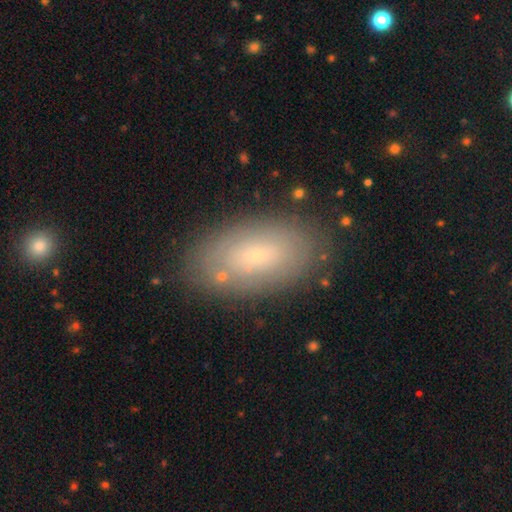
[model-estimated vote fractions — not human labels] Smooth or featured: smooth — 62% (featured or disk — 29%)
How rounded: in between — 93% (round — 4%)
Merging: none — 83% (minor disturbance — 11%)